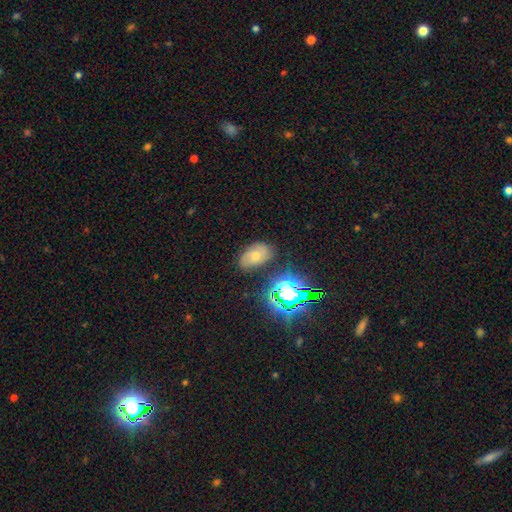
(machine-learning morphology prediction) The model was most divided on "smooth or featured": star or artifact: 37%, smooth: 32%, featured or disk: 31%.